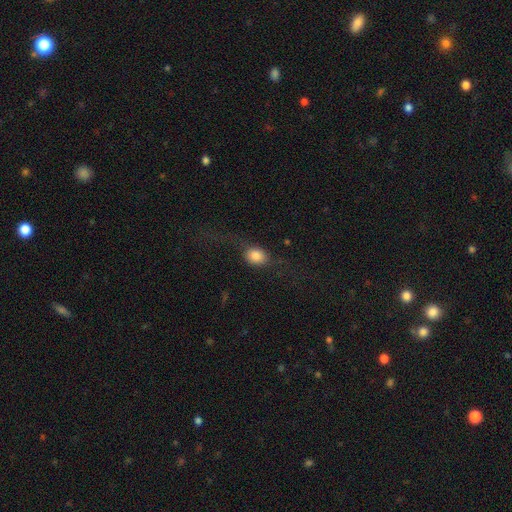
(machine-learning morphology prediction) smooth_or_featured: smooth (p=0.72) [alt: featured or disk p=0.18]
how_rounded: round (p=0.49) [alt: in between p=0.47]
merging: none (p=0.46) [alt: major disturbance p=0.31]